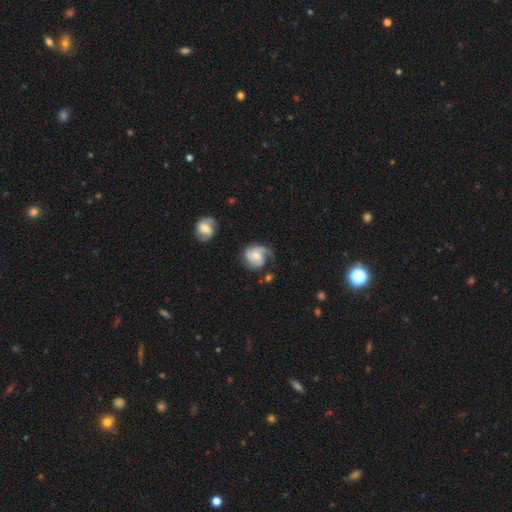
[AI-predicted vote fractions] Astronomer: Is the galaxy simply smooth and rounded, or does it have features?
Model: featured or disk — 76%.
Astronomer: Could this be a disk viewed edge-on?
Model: no — 98%.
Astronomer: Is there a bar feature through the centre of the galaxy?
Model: no — 64%.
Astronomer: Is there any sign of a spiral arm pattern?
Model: yes — 94%.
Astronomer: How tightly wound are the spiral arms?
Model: medium — 43% (runner-up: tight, 33%).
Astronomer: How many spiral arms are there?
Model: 2 — 44% (runner-up: 1, 25%).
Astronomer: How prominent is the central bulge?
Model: moderate — 53% (runner-up: small, 38%).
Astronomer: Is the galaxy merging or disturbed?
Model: none — 54%.